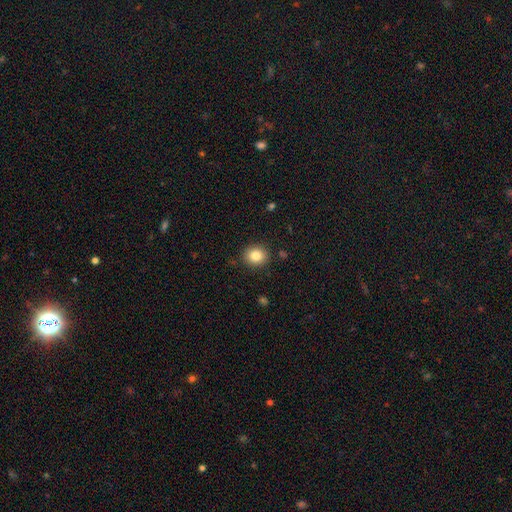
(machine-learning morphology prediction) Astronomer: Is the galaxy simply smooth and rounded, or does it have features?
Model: smooth — 83%.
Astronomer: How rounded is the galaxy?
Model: round — 77%.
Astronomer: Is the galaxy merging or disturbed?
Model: none — 89%.